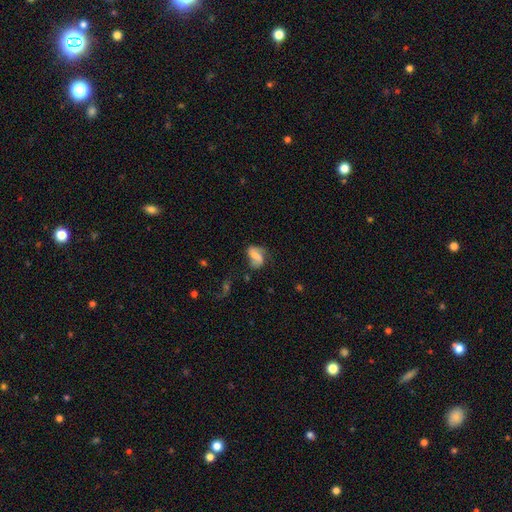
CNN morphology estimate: Smooth or featured? Predicted: featured or disk (p=0.52). Edge-on disk? Predicted: no (p=0.96). Merging? Predicted: none (p=0.52).